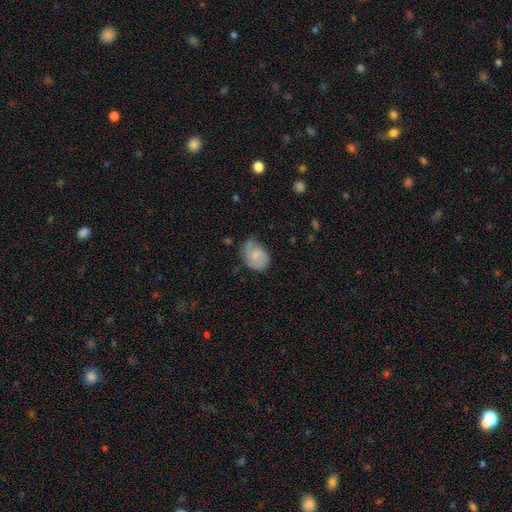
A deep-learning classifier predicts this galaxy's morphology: type=smooth (51%); roundness=in between (70%); merging=none (48%).